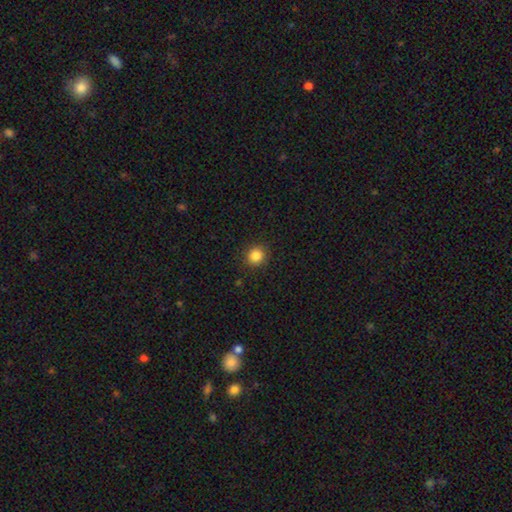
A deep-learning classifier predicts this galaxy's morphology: Smooth or featured? Predicted: smooth (p=0.85). How rounded? Predicted: round (p=0.89). Merging? Predicted: none (p=0.89).